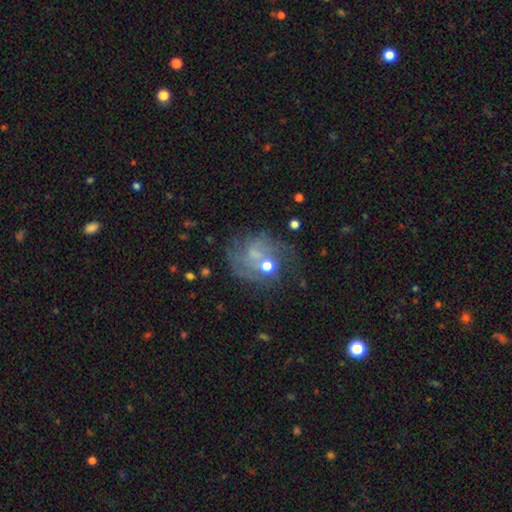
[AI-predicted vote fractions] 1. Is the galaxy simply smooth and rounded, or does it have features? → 59% featured or disk, 25% smooth, 15% star or artifact.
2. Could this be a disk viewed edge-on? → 98% no, 2% yes.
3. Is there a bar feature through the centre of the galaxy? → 68% no, 27% weak, 5% strong.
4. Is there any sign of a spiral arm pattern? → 72% yes, 28% no.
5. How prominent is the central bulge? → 43% moderate, 37% small, 13% none, 5% large, 2% dominant.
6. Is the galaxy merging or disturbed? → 50% none, 21% major disturbance, 19% minor disturbance, 10% merger.